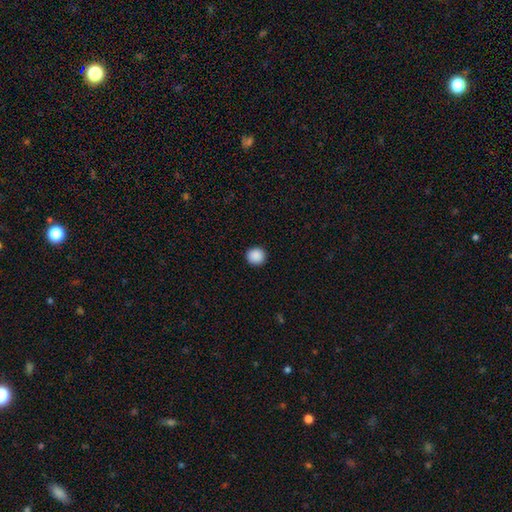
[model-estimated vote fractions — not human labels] smooth 89%, star or artifact 9%, featured or disk 2%. Down the decision tree: how rounded — round (94%); merging — none (93%).